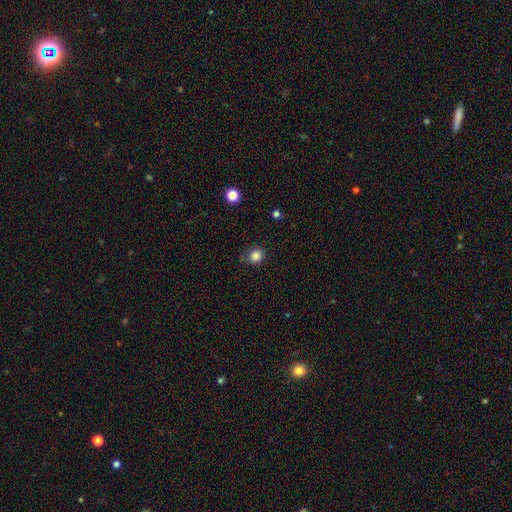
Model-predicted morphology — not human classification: Q: Smooth or featured?
A: smooth (84%); runner-up: star or artifact (12%)
Q: How rounded?
A: round (87%); runner-up: in between (12%)
Q: Merging?
A: none (78%); runner-up: minor disturbance (16%)